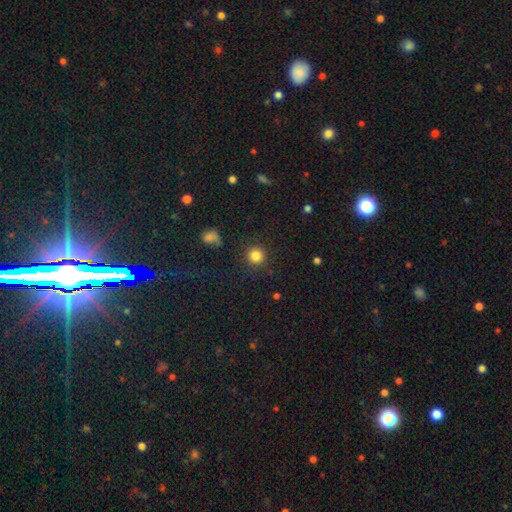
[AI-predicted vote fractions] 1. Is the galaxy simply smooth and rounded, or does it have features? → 83% smooth, 12% star or artifact, 5% featured or disk.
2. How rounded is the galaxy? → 94% round, 5% in between, 1% cigar-shaped.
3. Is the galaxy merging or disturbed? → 89% none, 6% minor disturbance, 3% major disturbance, 2% merger.